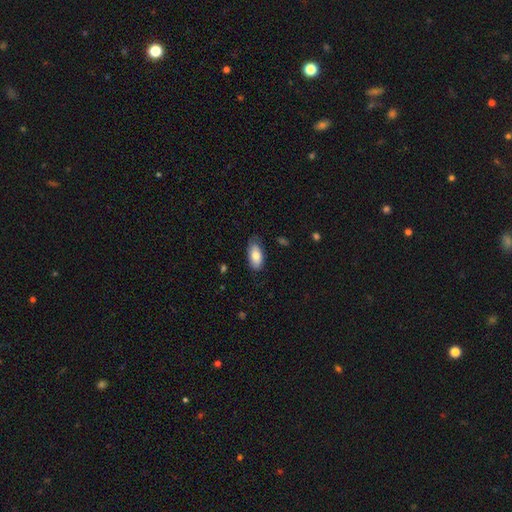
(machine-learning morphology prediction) A smooth galaxy with no disk features (77%) that is in between round and cigar-shaped (91%). Merging: none (76%).